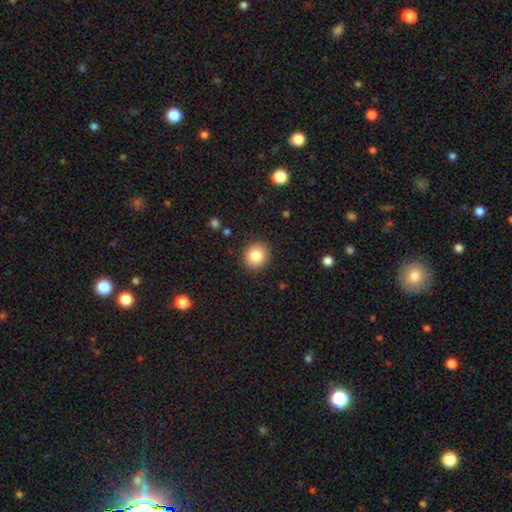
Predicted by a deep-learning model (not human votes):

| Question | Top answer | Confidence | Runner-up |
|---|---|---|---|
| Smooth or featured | smooth | 84% | star or artifact (9%) |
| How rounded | round | 86% | in between (13%) |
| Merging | none | 90% | minor disturbance (7%) |